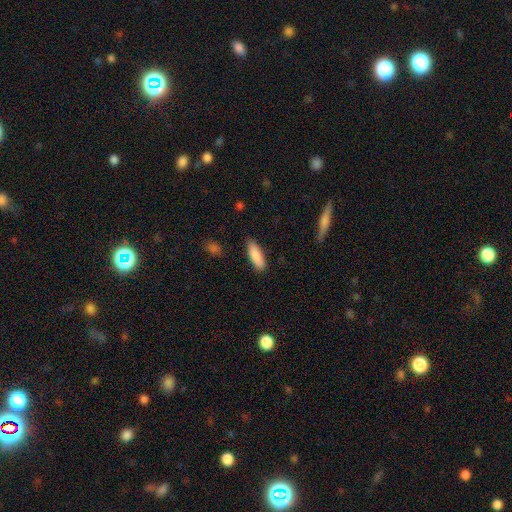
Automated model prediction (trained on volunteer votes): smooth_or_featured: smooth (p=0.88) [alt: featured or disk p=0.06]
how_rounded: in between (p=0.51) [alt: cigar-shaped p=0.47]
merging: none (p=0.84) [alt: minor disturbance p=0.12]